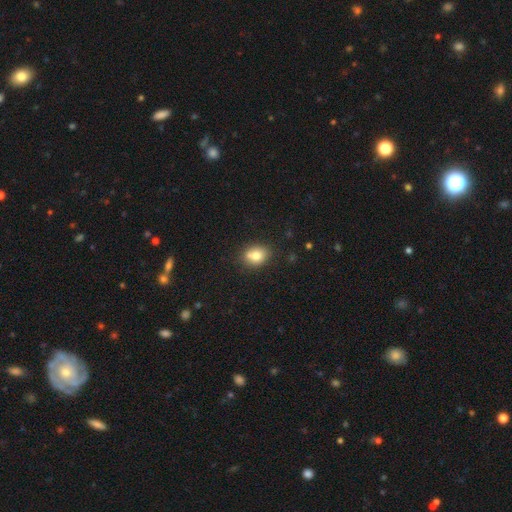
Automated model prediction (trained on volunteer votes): Q: Smooth or featured?
A: smooth (77%); runner-up: featured or disk (13%)
Q: How rounded?
A: in between (50%); runner-up: round (49%)
Q: Merging?
A: none (66%); runner-up: minor disturbance (16%)